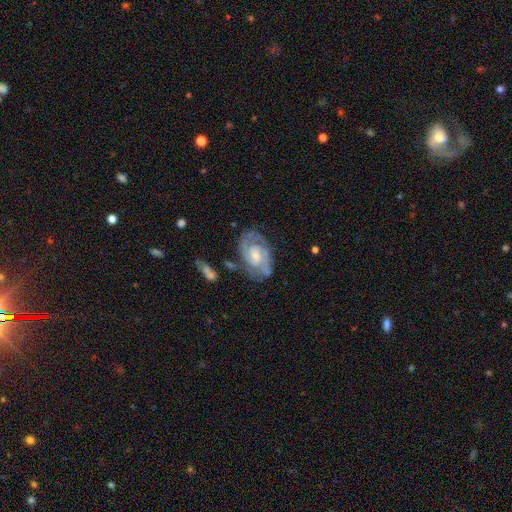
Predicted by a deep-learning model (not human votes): A featured or disk galaxy (85%) with no bar (54%), 2 (66%) tight (49%) spiral arms (95%) and a small central bulge (49%). Merging: none (68%).